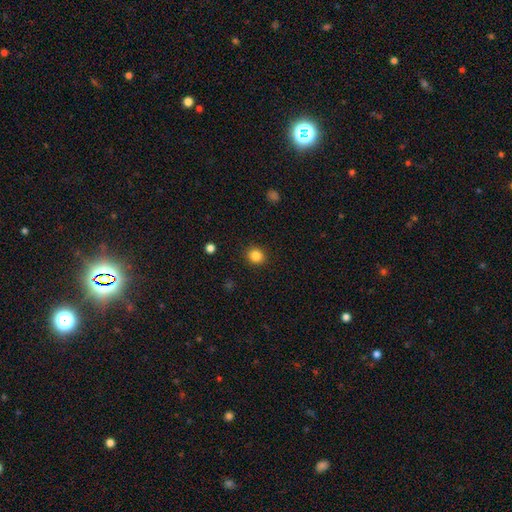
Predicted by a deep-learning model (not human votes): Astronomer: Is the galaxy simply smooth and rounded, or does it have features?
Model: smooth — 84%.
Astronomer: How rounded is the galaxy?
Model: round — 80%.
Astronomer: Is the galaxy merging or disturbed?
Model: none — 91%.